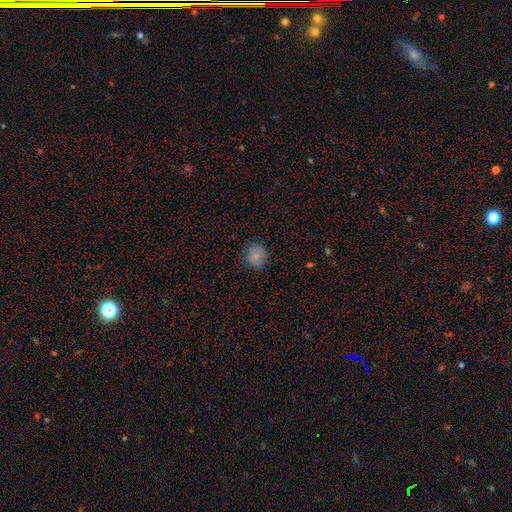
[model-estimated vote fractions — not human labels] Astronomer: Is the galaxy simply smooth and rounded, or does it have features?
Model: smooth — 82%.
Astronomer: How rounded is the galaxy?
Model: round — 89%.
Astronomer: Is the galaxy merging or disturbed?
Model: none — 83%.